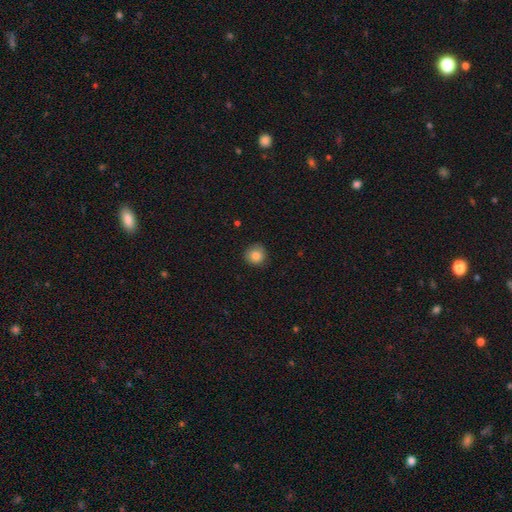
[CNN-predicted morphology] The model was most divided on "merging": none: 84%, minor disturbance: 13%, major disturbance: 3%, merger: 1%. More confident: how rounded — round (92%); smooth or featured — smooth (85%).